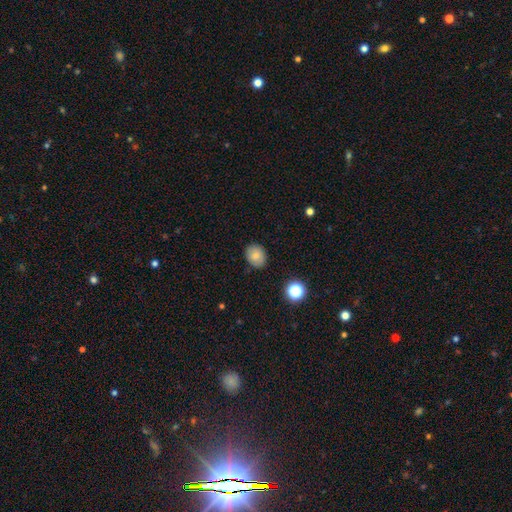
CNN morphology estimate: Overall: smooth (80%). How rounded: round (53%; in between 47%). Merging: none (85%).